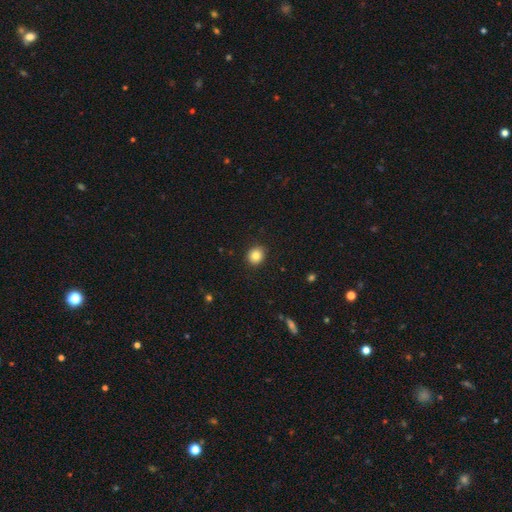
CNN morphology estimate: Q: Smooth or featured?
A: smooth (84%); runner-up: star or artifact (10%)
Q: How rounded?
A: round (80%); runner-up: in between (19%)
Q: Merging?
A: none (90%); runner-up: minor disturbance (7%)